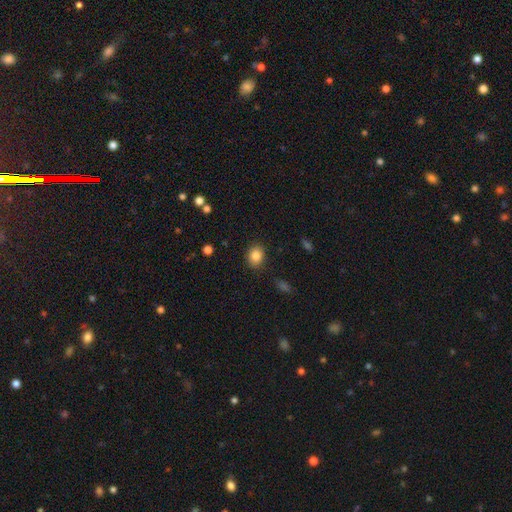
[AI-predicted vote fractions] Q: Smooth or featured?
A: smooth (85%); runner-up: star or artifact (9%)
Q: How rounded?
A: round (55%); runner-up: in between (44%)
Q: Merging?
A: none (86%); runner-up: minor disturbance (10%)